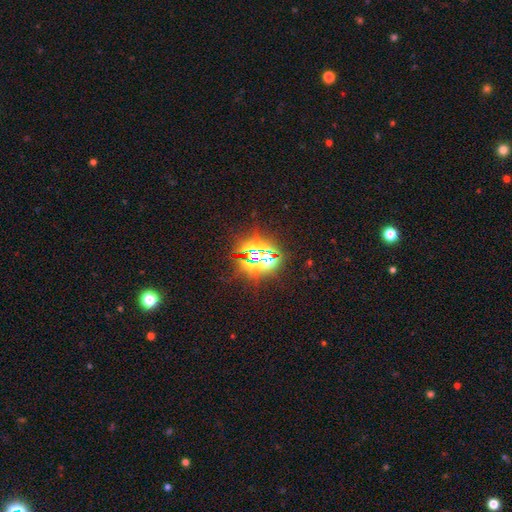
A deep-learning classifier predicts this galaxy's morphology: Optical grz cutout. It shows a star or artifact, not a galaxy (80%).